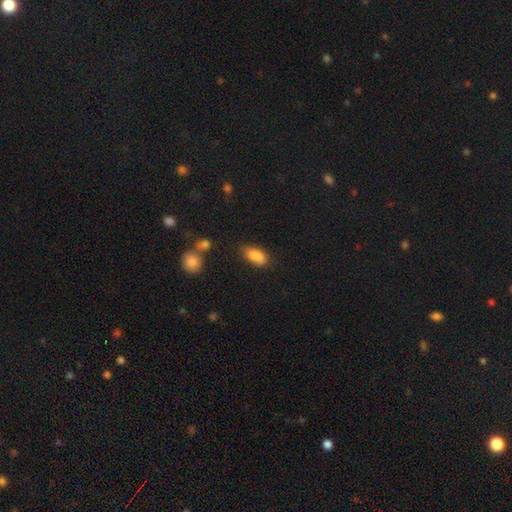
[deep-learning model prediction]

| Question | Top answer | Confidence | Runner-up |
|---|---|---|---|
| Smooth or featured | smooth | 85% | star or artifact (8%) |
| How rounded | in between | 88% | cigar-shaped (8%) |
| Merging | none | 64% | minor disturbance (24%) |